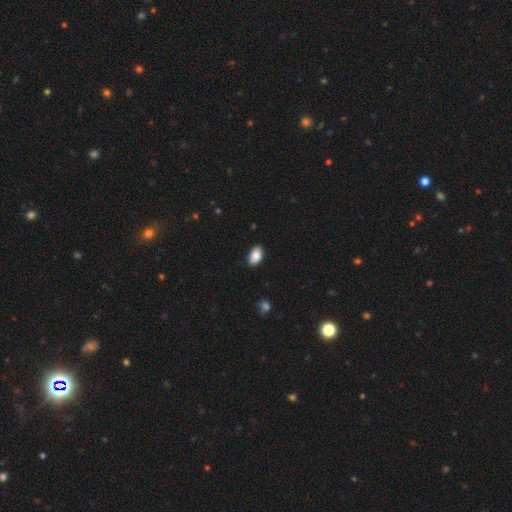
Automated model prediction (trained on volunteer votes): Smooth or featured? smooth (86%)
How rounded? in between (93%)
Merging? none (88%)